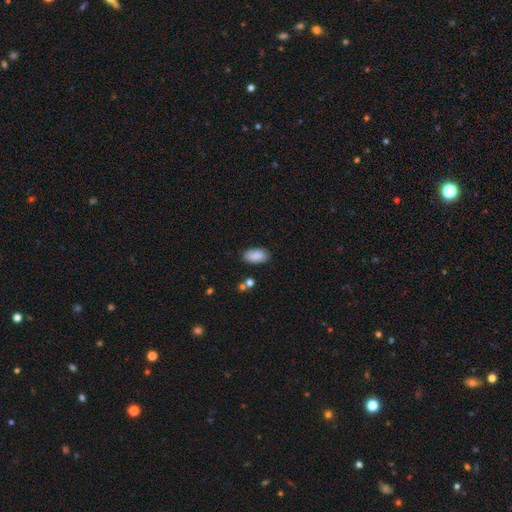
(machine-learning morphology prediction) This is clearly a smooth galaxy (88%). How rounded: clearly in between (94%). Merging: clearly none (82%).